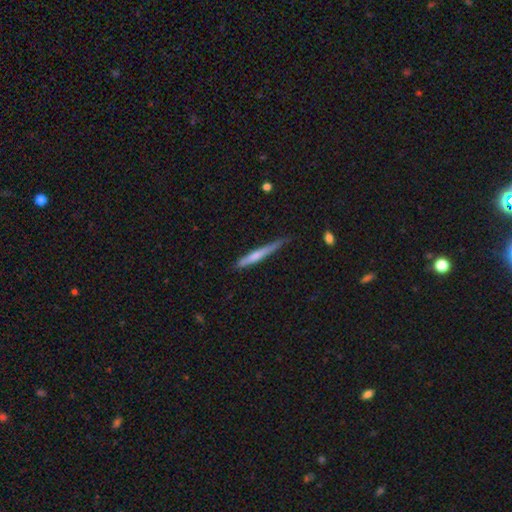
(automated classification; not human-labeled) smooth-or-featured: smooth: 58% | featured or disk: 36% | star or artifact: 6%
  how-rounded: cigar-shaped: 96% | in between: 3% | round: 1%
  merging: none: 67% | minor disturbance: 27% | major disturbance: 4% | merger: 2%